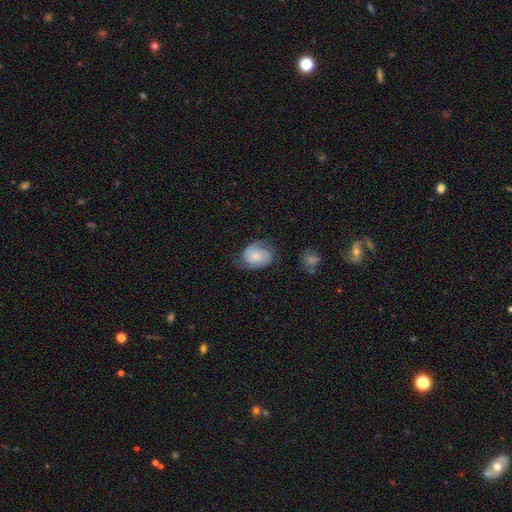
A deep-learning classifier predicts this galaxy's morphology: A featured or disk galaxy (60%) with no bar (72%), 2 (72%) tight (49%) spiral arms (92%) and a small central bulge (34%). Merging: none (62%).